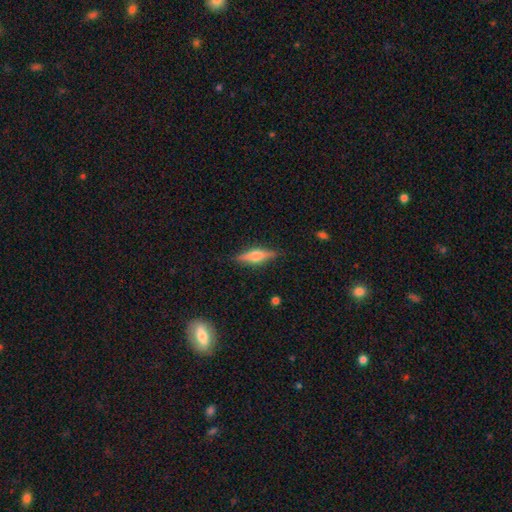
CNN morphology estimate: smooth-or-featured: featured or disk: 59% | smooth: 34% | star or artifact: 7%
  disk-edge-on: yes: 96% | no: 4%
    edge-on-bulge: rounded: 89% | boxy: 9% | none: 3%
  merging: none: 87% | minor disturbance: 10% | major disturbance: 2% | merger: 1%